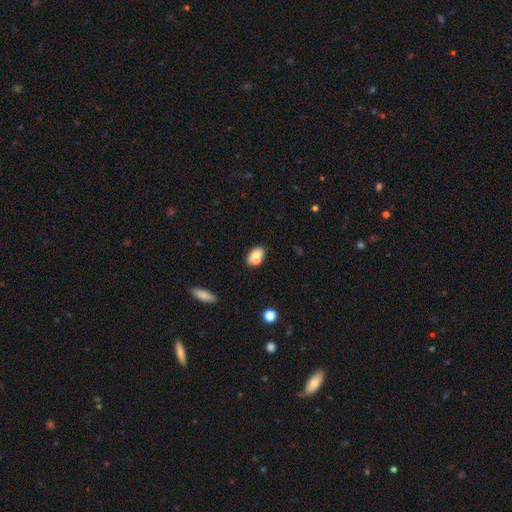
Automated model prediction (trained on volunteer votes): smooth_or_featured: smooth (p=0.73) [alt: featured or disk p=0.18]
how_rounded: in between (p=0.80) [alt: round p=0.18]
merging: none (p=0.50) [alt: merger p=0.32]